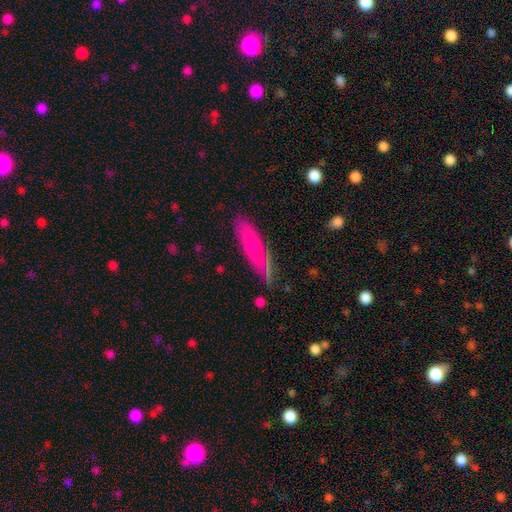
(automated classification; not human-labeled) Smooth or featured: smooth — 66% (featured or disk — 26%)
How rounded: cigar-shaped — 59% (in between — 38%)
Merging: none — 76% (minor disturbance — 17%)